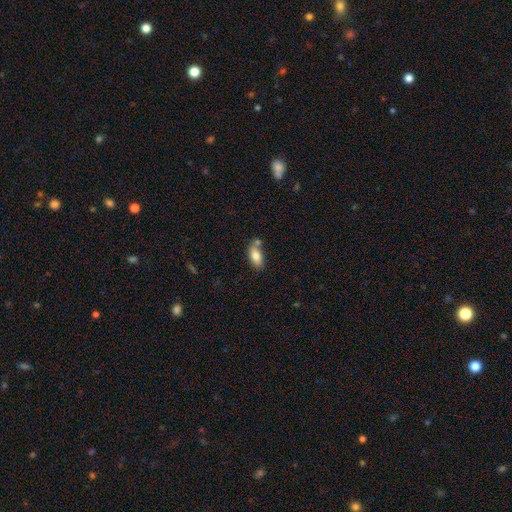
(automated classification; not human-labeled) A smooth galaxy with no disk features (81%) that is in between round and cigar-shaped (89%).

Vote fractions:
- Smooth or featured? smooth: 81% / featured or disk: 12% / star or artifact: 7%
- How rounded? in between: 89% / cigar-shaped: 8% / round: 3%
- Merging? none: 60% / merger: 20% / minor disturbance: 16% / major disturbance: 4%